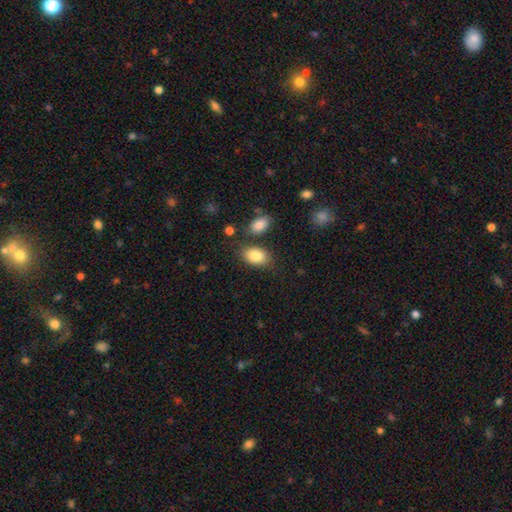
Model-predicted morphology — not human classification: Smooth or featured?
  - smooth: 84% *
  - featured or disk: 8%
  - star or artifact: 8%
How rounded?
  - in between: 87% *
  - round: 12%
  - cigar-shaped: 1%
Merging?
  - none: 74% *
  - minor disturbance: 13%
  - merger: 8%
  - major disturbance: 4%